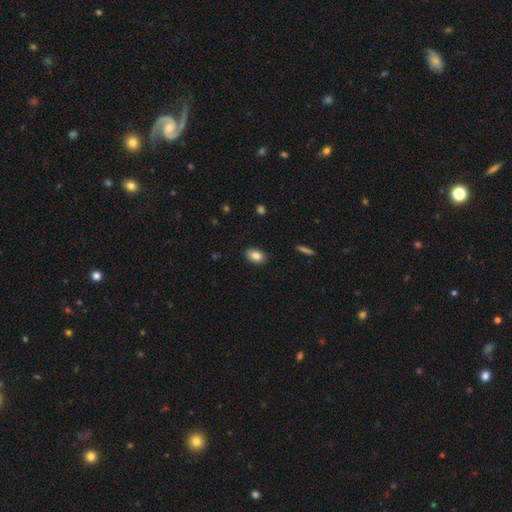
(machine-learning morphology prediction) This is clearly a smooth galaxy (85%). How rounded: clearly in between (87%). Merging: clearly none (87%).